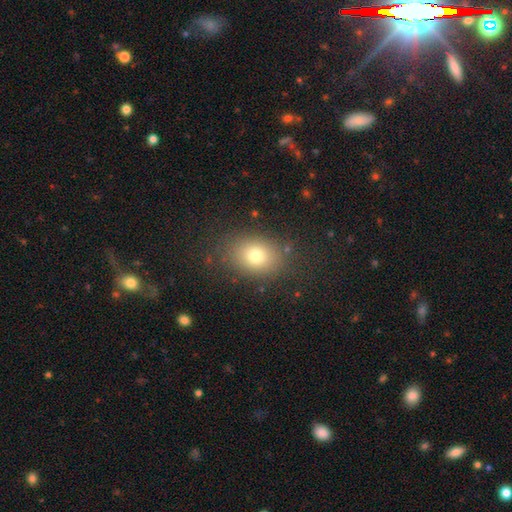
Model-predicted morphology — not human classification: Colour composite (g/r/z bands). It shows a smooth galaxy with no disk features (77%) that is in between round and cigar-shaped (61%). Merging: none (82%).